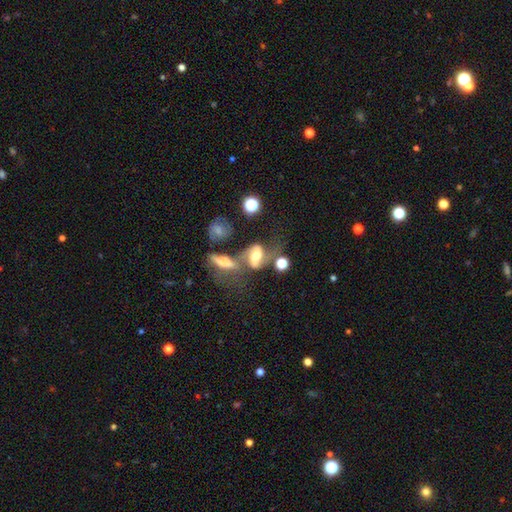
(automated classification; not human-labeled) Overall: featured or disk (61%; smooth 28%). Edge-on disk: no (91%). Bar: weak (37%; strong 32%). Spiral arms: yes (85%). Bulge size: moderate (56%; large 23%). Merging: none (35%; merger 33%).